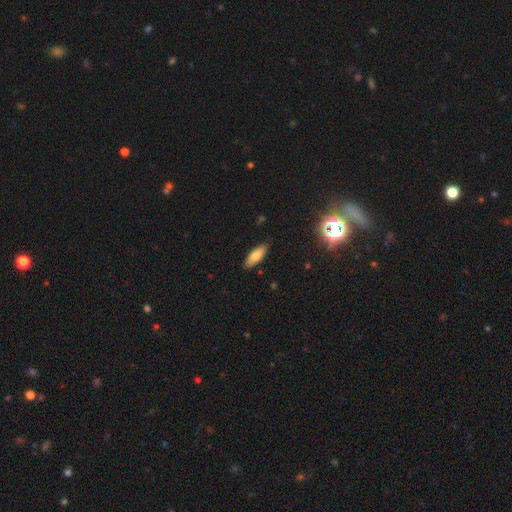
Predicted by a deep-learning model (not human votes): Smooth or featured: smooth — 77% (featured or disk — 15%)
How rounded: in between — 66% (cigar-shaped — 32%)
Merging: none — 85% (minor disturbance — 12%)